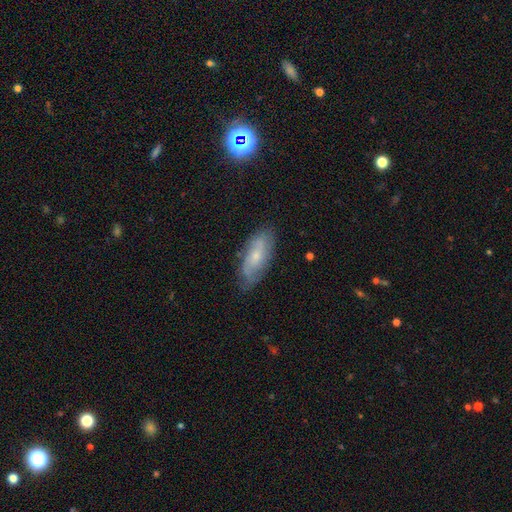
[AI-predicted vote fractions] A featured or disk galaxy (55%). Merging: none (76%).